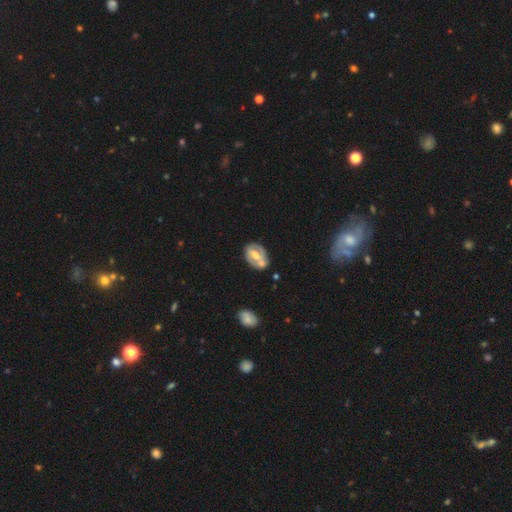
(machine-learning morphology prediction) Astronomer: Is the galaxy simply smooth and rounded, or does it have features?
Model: featured or disk — 61%.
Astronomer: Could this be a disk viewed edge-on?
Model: no — 94%.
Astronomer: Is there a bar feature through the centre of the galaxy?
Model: no — 39% (runner-up: weak, 38%).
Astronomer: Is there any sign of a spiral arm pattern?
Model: no — 55% (runner-up: yes, 45%).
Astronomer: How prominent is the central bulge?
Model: moderate — 63%.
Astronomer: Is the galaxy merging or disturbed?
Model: none — 45% (runner-up: merger, 30%).